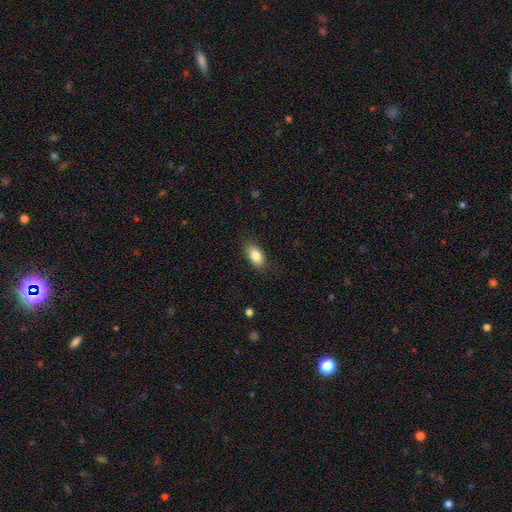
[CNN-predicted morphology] Overall: smooth (85%). How rounded: in between (91%). Merging: none (85%).